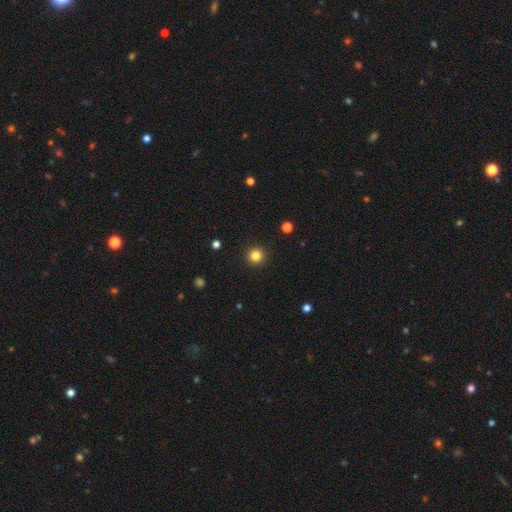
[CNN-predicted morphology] A smooth galaxy with no disk features (83%) that is round (96%).

Vote fractions:
- Smooth or featured? smooth: 83% / star or artifact: 12% / featured or disk: 5%
- How rounded? round: 96% / in between: 3% / cigar-shaped: 1%
- Merging? none: 93% / minor disturbance: 4% / major disturbance: 2% / merger: 1%